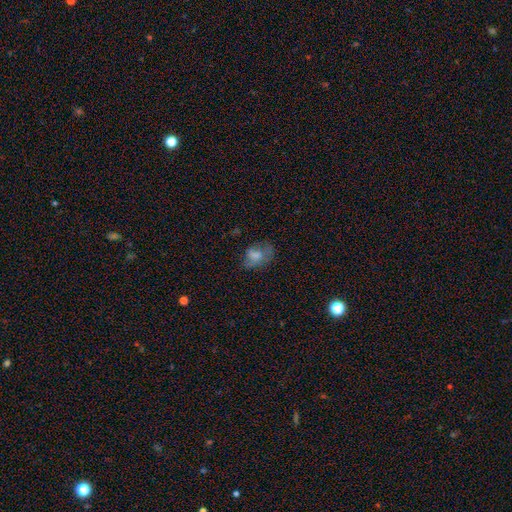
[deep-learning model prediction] The model was most divided on "merging": none: 43%, minor disturbance: 27%, major disturbance: 26%, merger: 3%. More confident: how rounded — in between (76%); smooth or featured — smooth (63%).